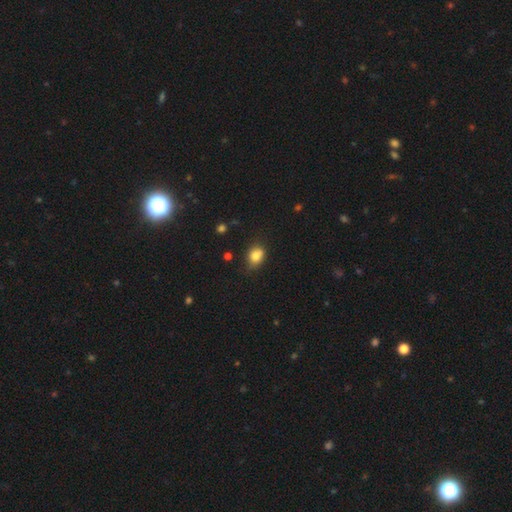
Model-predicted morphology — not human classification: type=smooth (82%); roundness=in between (55%); merging=none (63%).